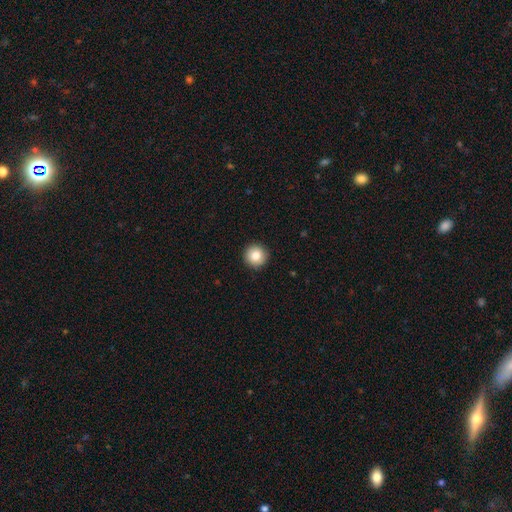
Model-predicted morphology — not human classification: smooth-or-featured: smooth: 83% | star or artifact: 9% | featured or disk: 9%
  how-rounded: round: 96% | in between: 3% | cigar-shaped: 1%
  merging: none: 92% | minor disturbance: 6% | major disturbance: 2% | merger: 1%